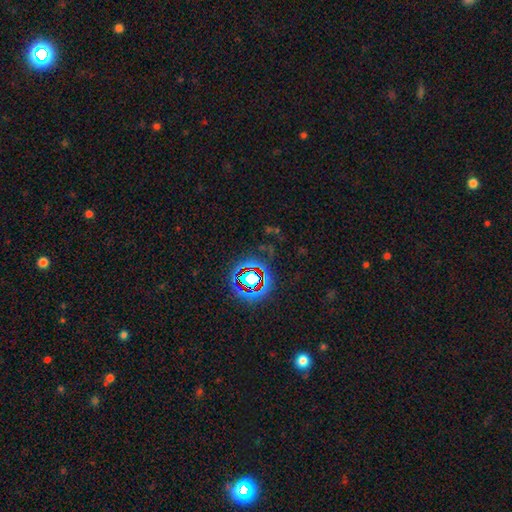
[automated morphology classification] type=star or artifact (78%).